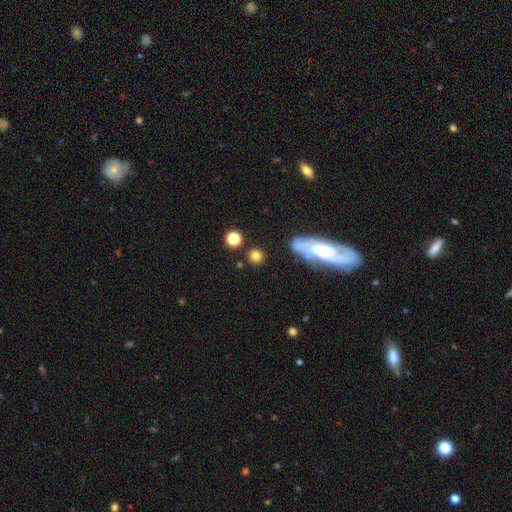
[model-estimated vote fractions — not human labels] This is likely a smooth galaxy (80%). How rounded: clearly round (88%). Merging: clearly none (82%).